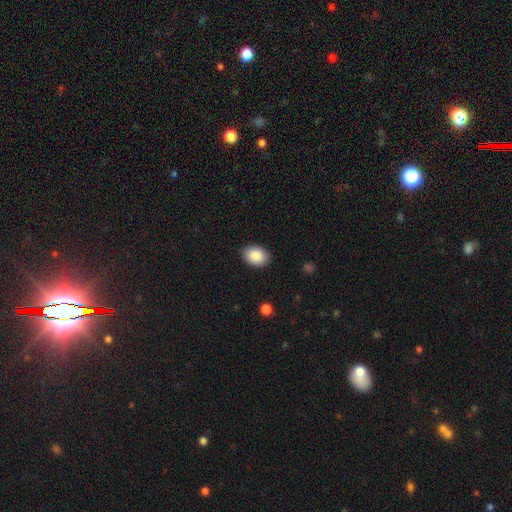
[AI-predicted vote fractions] Morphology: type=smooth (89%); roundness=in between (74%); merging=none (88%).